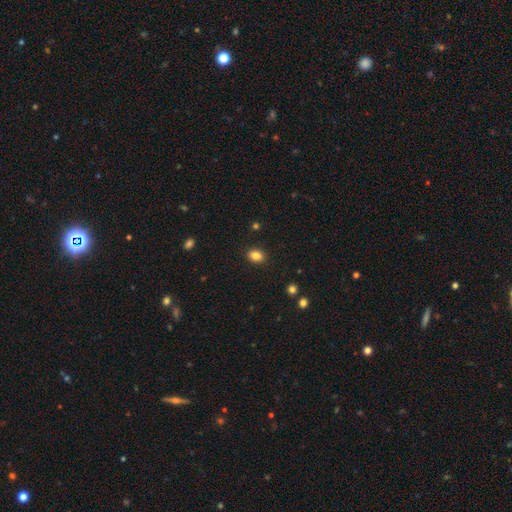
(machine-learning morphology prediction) Smooth or featured? smooth (84%)
How rounded? in between (69%)
Merging? none (89%)